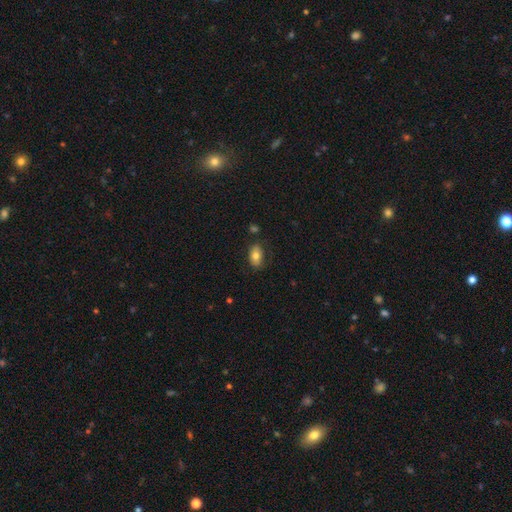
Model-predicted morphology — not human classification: The model was most divided on "merging": none: 76%, minor disturbance: 17%, major disturbance: 5%, merger: 3%. More confident: how rounded — in between (90%); smooth or featured — smooth (76%).